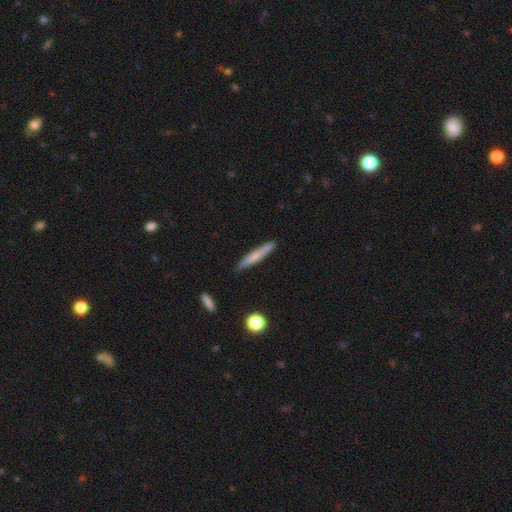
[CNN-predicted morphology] Q: Smooth or featured?
A: smooth (63%); runner-up: featured or disk (30%)
Q: How rounded?
A: cigar-shaped (94%); runner-up: in between (5%)
Q: Merging?
A: none (86%); runner-up: minor disturbance (10%)